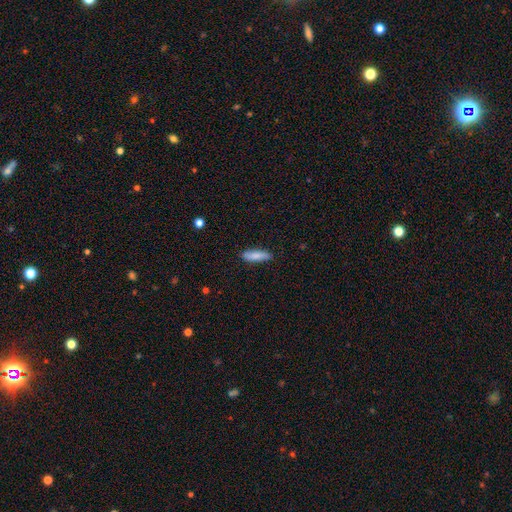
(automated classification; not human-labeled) smooth 82%, featured or disk 12%, star or artifact 6%. Down the decision tree: how rounded — cigar-shaped (65%); merging — none (84%).